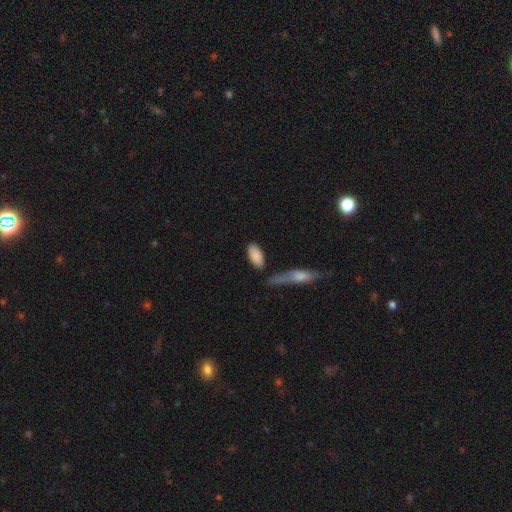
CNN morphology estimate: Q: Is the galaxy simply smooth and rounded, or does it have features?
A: smooth — 88%.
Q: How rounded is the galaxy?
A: in between — 89%.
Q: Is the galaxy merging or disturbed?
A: none — 74%.